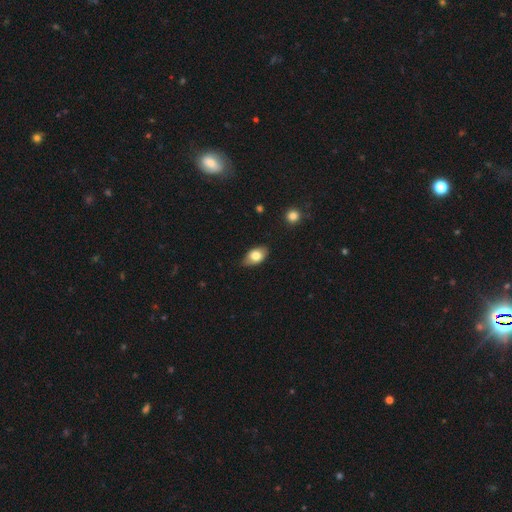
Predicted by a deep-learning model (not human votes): smooth_or_featured: smooth (p=0.76) [alt: featured or disk p=0.16]
how_rounded: in between (p=0.89) [alt: round p=0.10]
merging: none (p=0.78) [alt: minor disturbance p=0.18]